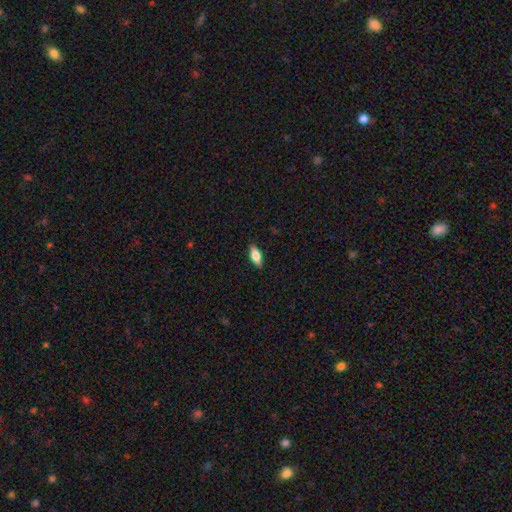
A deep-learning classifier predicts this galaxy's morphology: type=smooth (74%); roundness=in between (80%); merging=none (88%).